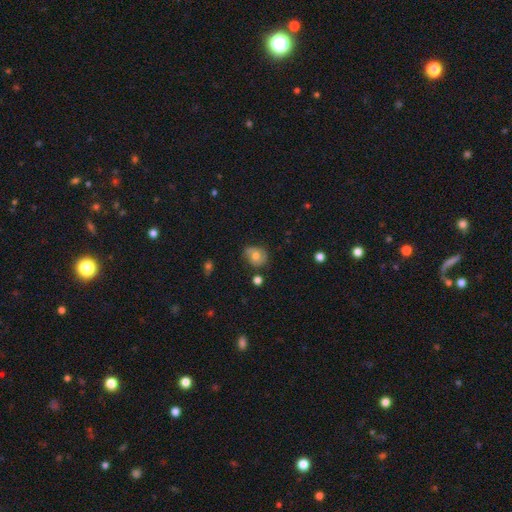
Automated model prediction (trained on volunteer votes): This appears to be a smooth galaxy with no disk features (50%) that is round (60%). Merging: none (62%).